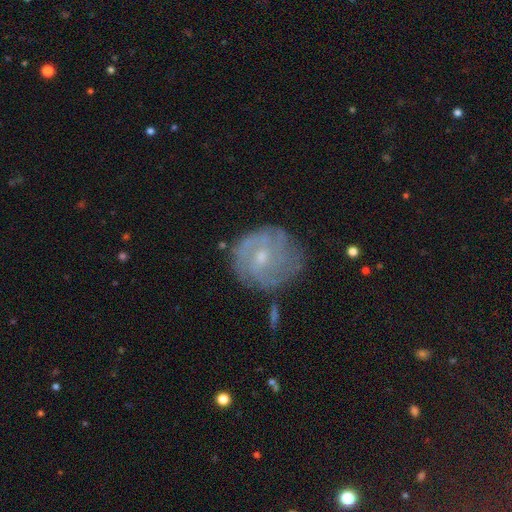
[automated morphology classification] featured or disk 68%, smooth 18%, star or artifact 13%. Down the decision tree: edge-on disk — no (97%); bar — weak (49%); spiral arms — yes (88%); spiral arm count — can't tell (39%); spiral winding — tight (62%); bulge size — small (65%); merging — none (74%).